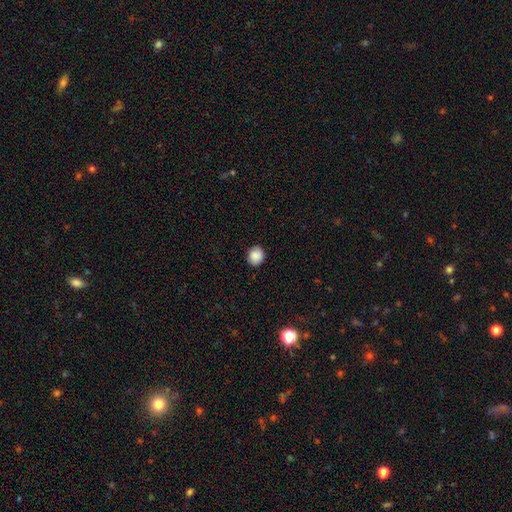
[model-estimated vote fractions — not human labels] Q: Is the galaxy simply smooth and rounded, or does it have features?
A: smooth — 88%.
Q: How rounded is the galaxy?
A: round — 80%.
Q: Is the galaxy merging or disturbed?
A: none — 89%.